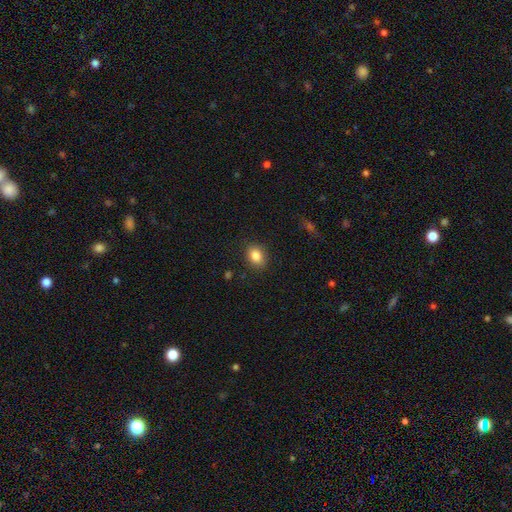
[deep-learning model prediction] Morphology: type=smooth (84%); roundness=in between (60%); merging=none (87%).